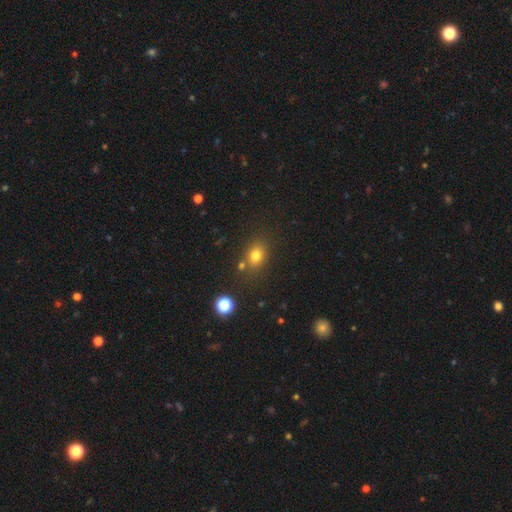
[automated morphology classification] smooth_or_featured: smooth (p=0.76) [alt: star or artifact p=0.16]
how_rounded: round (p=0.56) [alt: in between p=0.43]
merging: none (p=0.74) [alt: minor disturbance p=0.12]